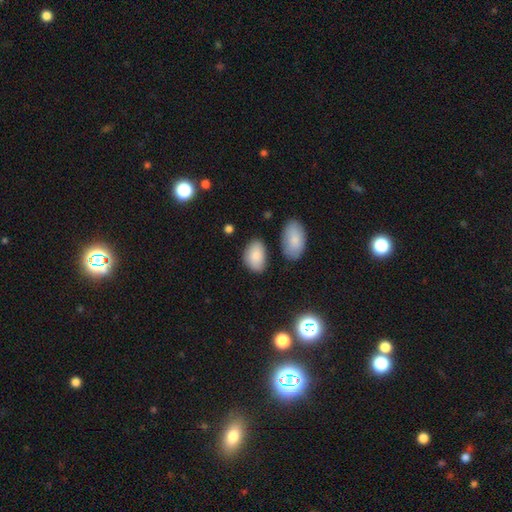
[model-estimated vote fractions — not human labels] Smooth or featured? smooth (86%)
How rounded? in between (91%)
Merging? none (70%)